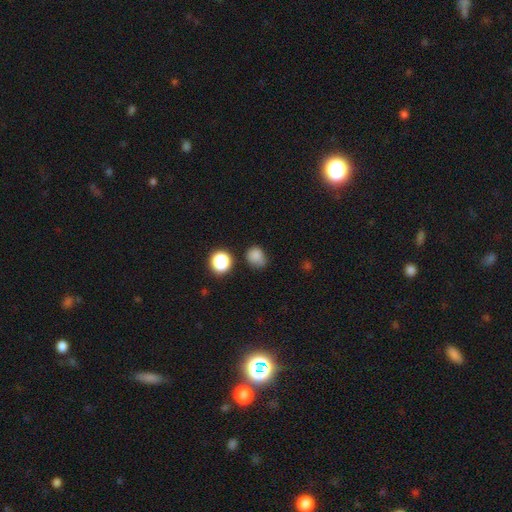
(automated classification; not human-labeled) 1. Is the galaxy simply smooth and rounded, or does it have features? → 79% smooth, 15% star or artifact, 6% featured or disk.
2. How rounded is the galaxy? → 65% round, 35% in between, 1% cigar-shaped.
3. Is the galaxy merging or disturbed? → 57% none, 29% minor disturbance, 8% major disturbance, 6% merger.